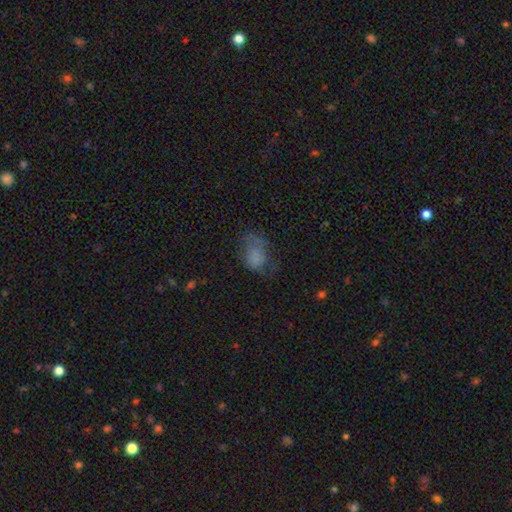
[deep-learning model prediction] smooth 68%, featured or disk 18%, star or artifact 14%. Down the decision tree: how rounded — in between (71%); merging — none (39%).